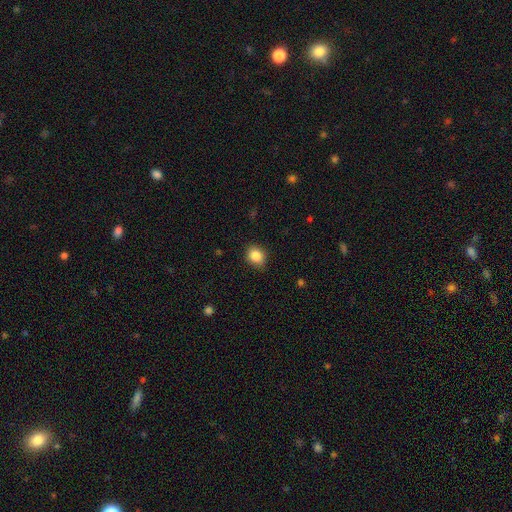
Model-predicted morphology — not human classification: Smooth or featured? Predicted: smooth (p=0.85). How rounded? Predicted: round (p=0.66). Merging? Predicted: none (p=0.83).